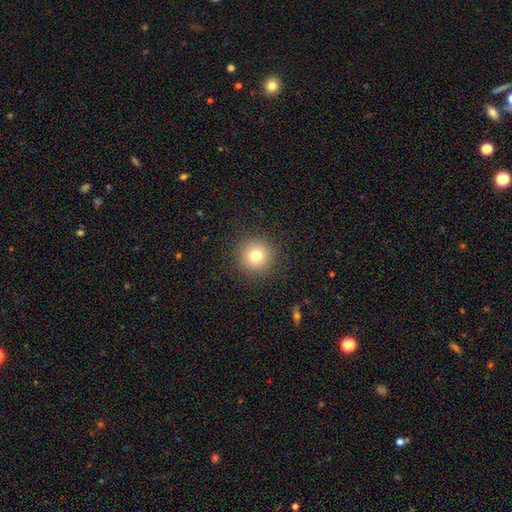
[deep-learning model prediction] A smooth galaxy with no disk features (78%) that is round (95%).

Vote fractions:
- Smooth or featured? smooth: 78% / star or artifact: 12% / featured or disk: 10%
- How rounded? round: 95% / in between: 4% / cigar-shaped: 1%
- Merging? none: 90% / minor disturbance: 6% / major disturbance: 3% / merger: 1%